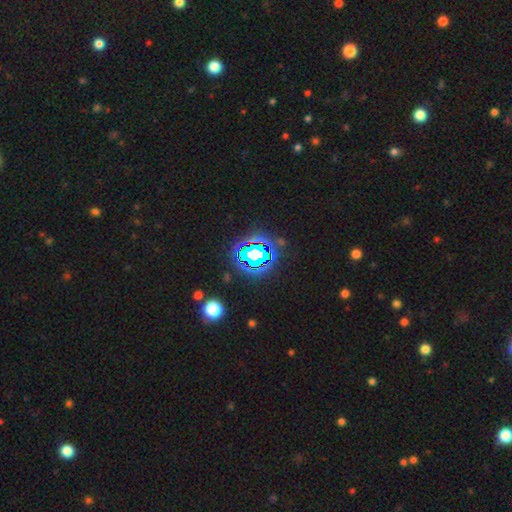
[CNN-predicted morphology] Smooth or featured? star or artifact (82%)